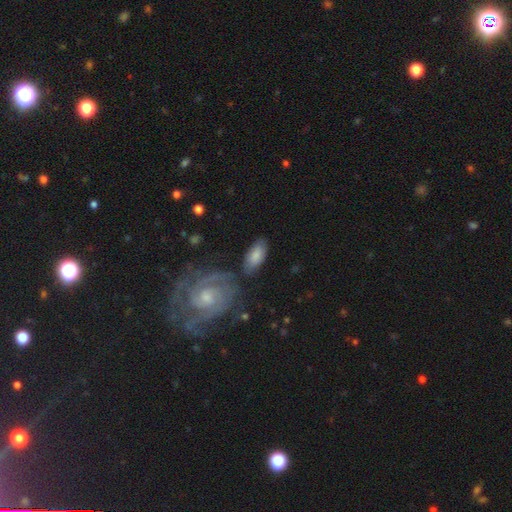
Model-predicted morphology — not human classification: type=smooth (74%); roundness=in between (90%); merging=none (72%).